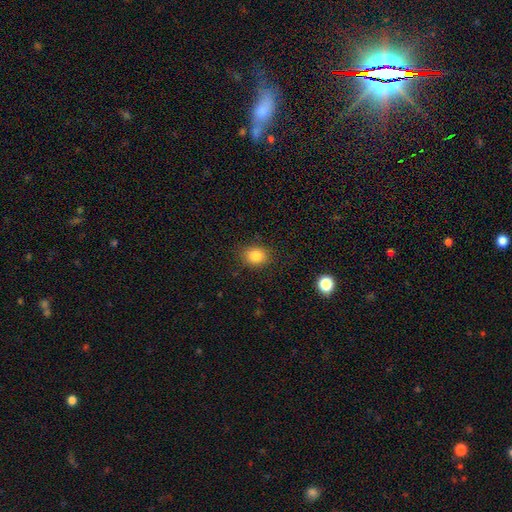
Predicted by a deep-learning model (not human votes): Smooth or featured?
  - smooth: 84% *
  - star or artifact: 11%
  - featured or disk: 6%
How rounded?
  - round: 62% *
  - in between: 38%
  - cigar-shaped: 1%
Merging?
  - none: 86% *
  - minor disturbance: 10%
  - major disturbance: 3%
  - merger: 1%